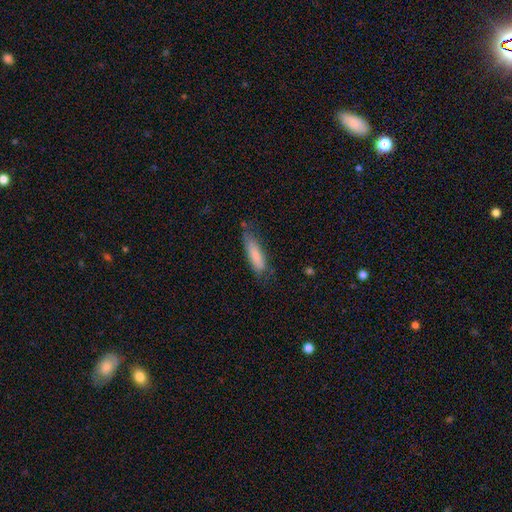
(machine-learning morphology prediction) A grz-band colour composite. It shows a smooth galaxy with no disk features (79%) that is cigar-shaped (65%). Merging: none (61%).